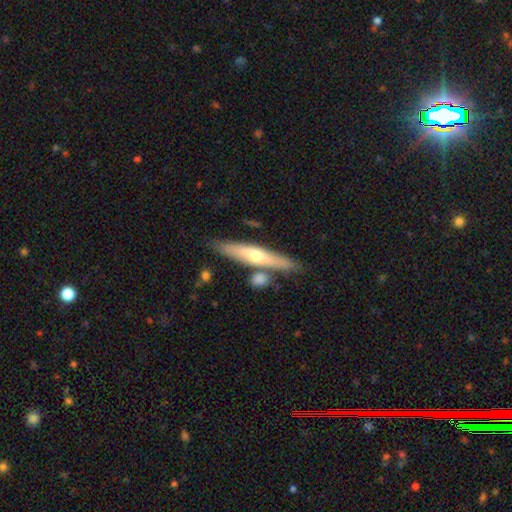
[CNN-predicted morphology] Smooth or featured? Predicted: featured or disk (p=0.54). Edge-on disk? Predicted: yes (p=0.90). Merging? Predicted: none (p=0.75).